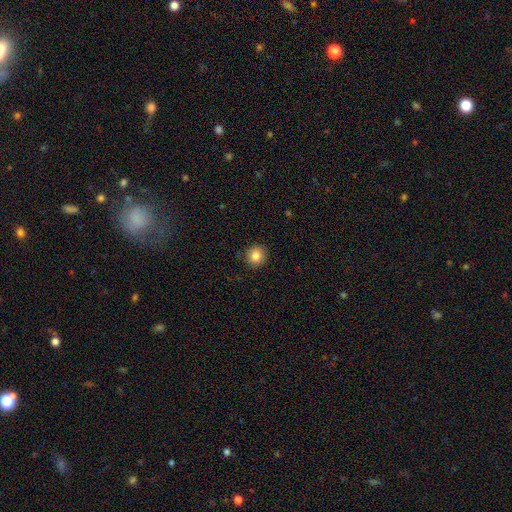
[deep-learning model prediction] This is clearly a smooth galaxy (85%). How rounded: clearly round (89%). Merging: clearly none (89%).